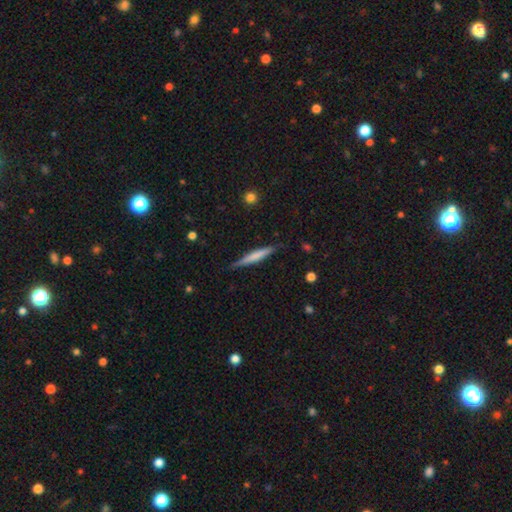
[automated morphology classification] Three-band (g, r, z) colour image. It shows a smooth galaxy with no disk features (54%) that is cigar-shaped (93%). Merging: none (83%).